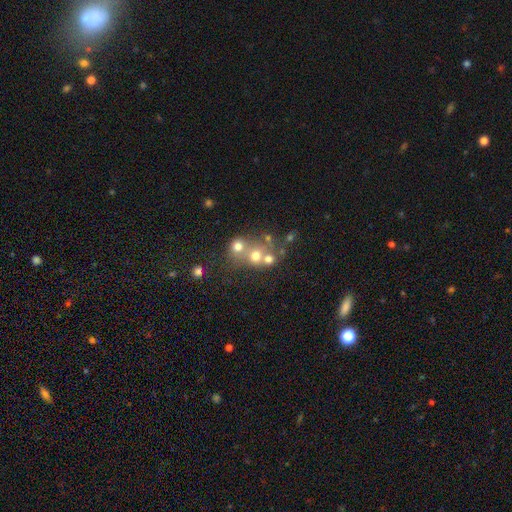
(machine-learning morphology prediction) smooth_or_featured: smooth (p=0.61) [alt: featured or disk p=0.21]
how_rounded: round (p=0.78) [alt: in between p=0.21]
merging: merger (p=0.50) [alt: none p=0.38]